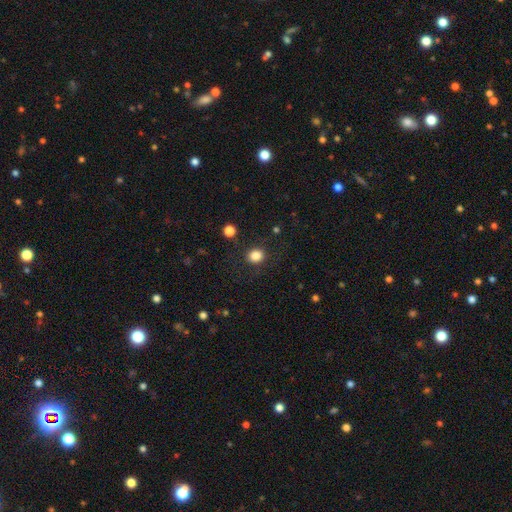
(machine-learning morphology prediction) This is clearly a smooth galaxy (84%). How rounded: clearly round (81%). Merging: clearly none (87%).